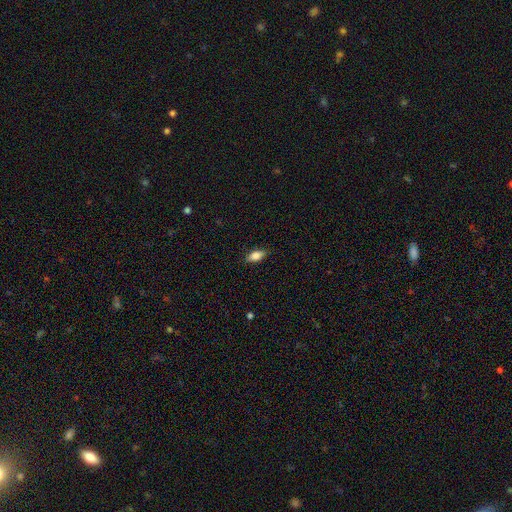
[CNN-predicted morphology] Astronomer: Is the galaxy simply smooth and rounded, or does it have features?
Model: smooth — 82%.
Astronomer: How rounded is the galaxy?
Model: in between — 86%.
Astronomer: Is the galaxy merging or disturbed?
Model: none — 85%.